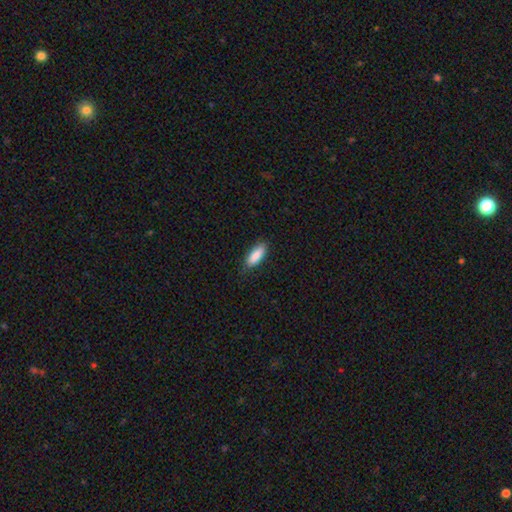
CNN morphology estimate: A smooth galaxy with no disk features (88%) that is in between round and cigar-shaped (68%).

Vote fractions:
- Smooth or featured? smooth: 88% / featured or disk: 6% / star or artifact: 6%
- How rounded? in between: 68% / cigar-shaped: 31% / round: 2%
- Merging? none: 84% / minor disturbance: 13% / major disturbance: 2% / merger: 1%